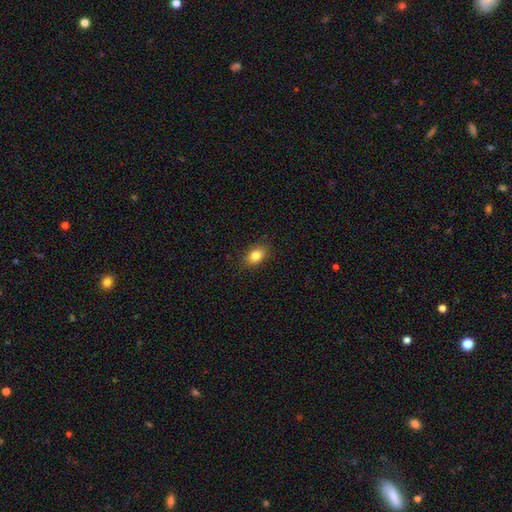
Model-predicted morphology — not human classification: A smooth galaxy with no disk features (83%) that is in between round and cigar-shaped (75%). Merging: none (87%).